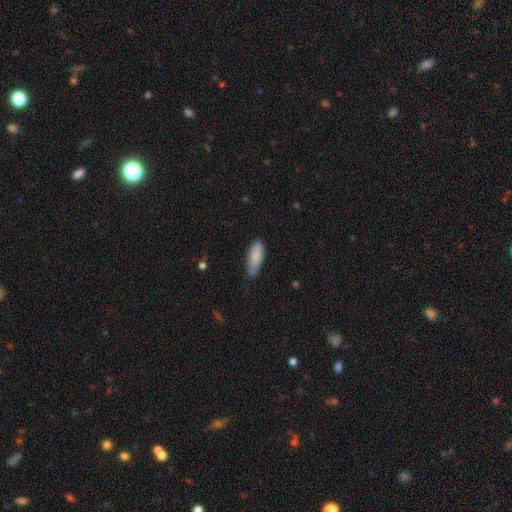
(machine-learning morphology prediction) type=smooth (83%); roundness=in between (69%); merging=none (67%).